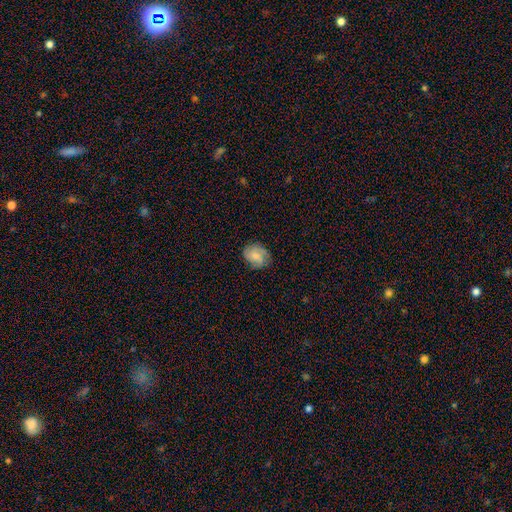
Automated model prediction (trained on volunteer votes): This is possibly a smooth galaxy (52%). How rounded: possibly round (51%). Merging: likely none (74%).